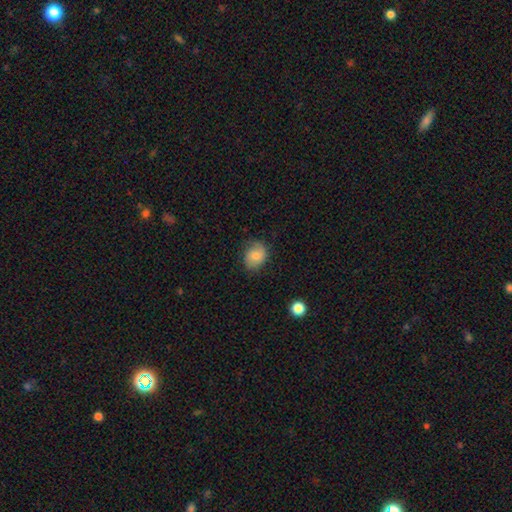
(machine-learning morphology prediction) This appears to be a smooth galaxy with no disk features (73%) that is round (55%). Merging: none (68%).